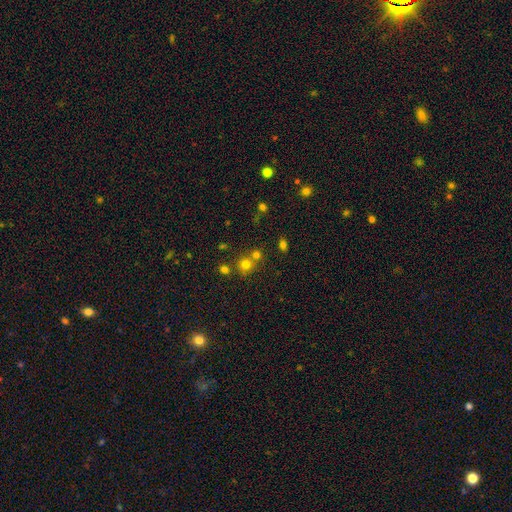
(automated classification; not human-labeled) This is possibly a smooth galaxy (56%). How rounded: clearly round (87%). Merging: likely none (65%).